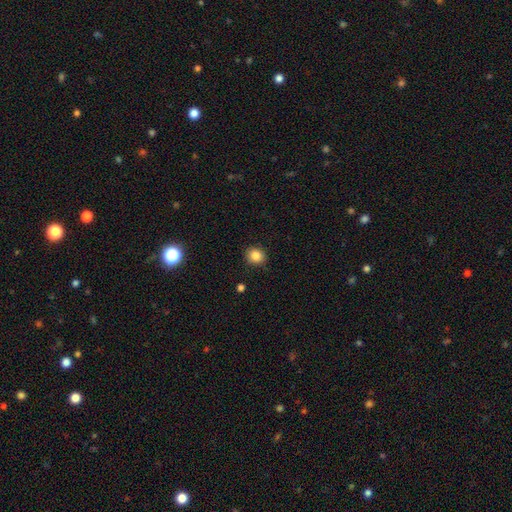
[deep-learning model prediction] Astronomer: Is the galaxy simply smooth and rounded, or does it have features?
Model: smooth — 85%.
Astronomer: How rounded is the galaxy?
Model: round — 82%.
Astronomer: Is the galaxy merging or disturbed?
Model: none — 88%.